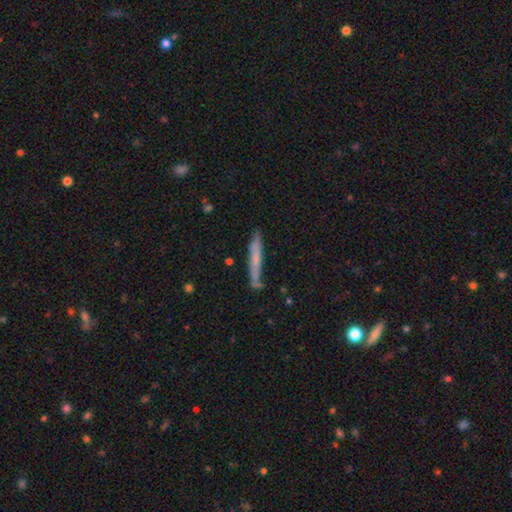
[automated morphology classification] This is possibly a smooth galaxy (57%). How rounded: clearly cigar-shaped (95%). Merging: likely none (74%).